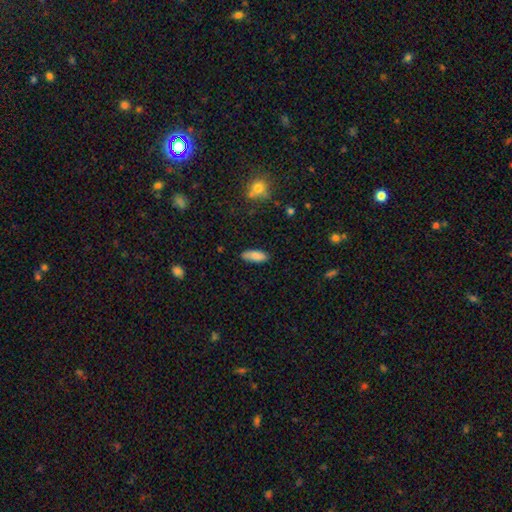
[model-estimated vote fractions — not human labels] smooth_or_featured: smooth (p=0.85) [alt: featured or disk p=0.08]
how_rounded: in between (p=0.75) [alt: cigar-shaped p=0.23]
merging: none (p=0.80) [alt: minor disturbance p=0.16]